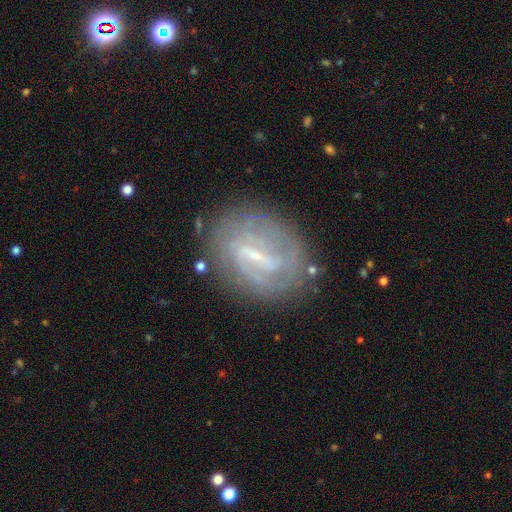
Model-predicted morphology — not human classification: Smooth or featured? Predicted: featured or disk (p=0.77). Edge-on disk? Predicted: no (p=0.95). Bar? Predicted: strong (p=0.44). Spiral arms? Predicted: yes (p=0.75). Spiral winding? Predicted: tight (p=0.53). Spiral arm count? Predicted: can't tell (p=0.45). Bulge size? Predicted: small (p=0.73). Merging? Predicted: none (p=0.74).